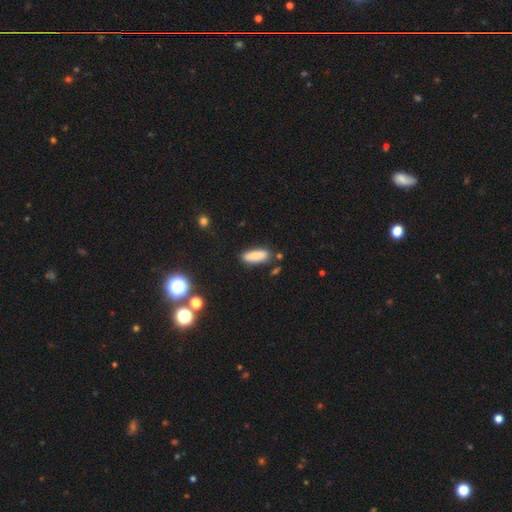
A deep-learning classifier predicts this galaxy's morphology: The model was most divided on "how rounded": in between: 62%, cigar-shaped: 36%, round: 2%. More confident: smooth or featured — smooth (82%); merging — none (81%).